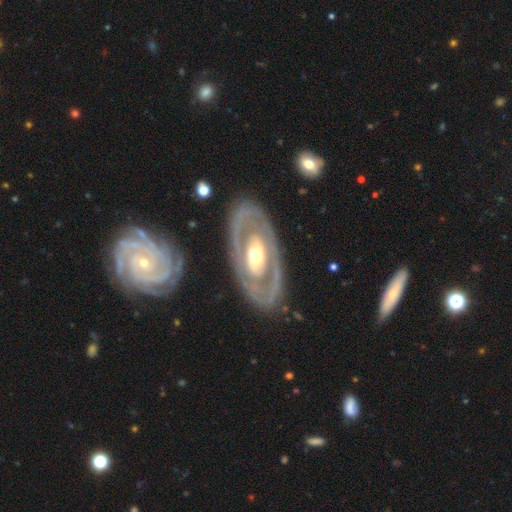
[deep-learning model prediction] Smooth or featured: featured or disk — 80% (smooth — 16%)
Edge-on disk: no — 91% (yes — 9%)
Bar: no — 59% (weak — 23%)
Spiral arms: no — 51% (yes — 49%)
Bulge size: moderate — 69% (small — 14%)
Merging: none — 83% (minor disturbance — 11%)